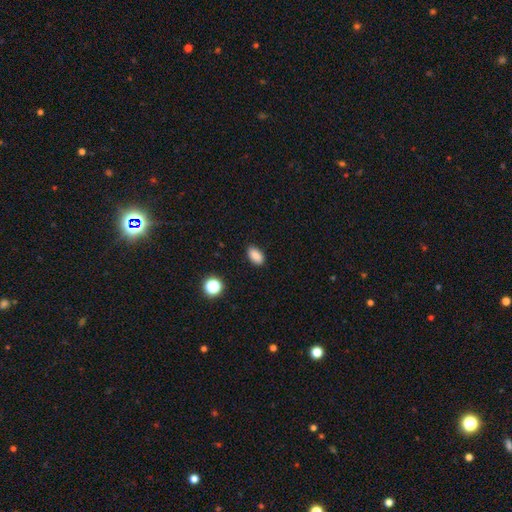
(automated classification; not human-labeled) Morphology: type=smooth (87%); roundness=in between (91%); merging=none (88%).